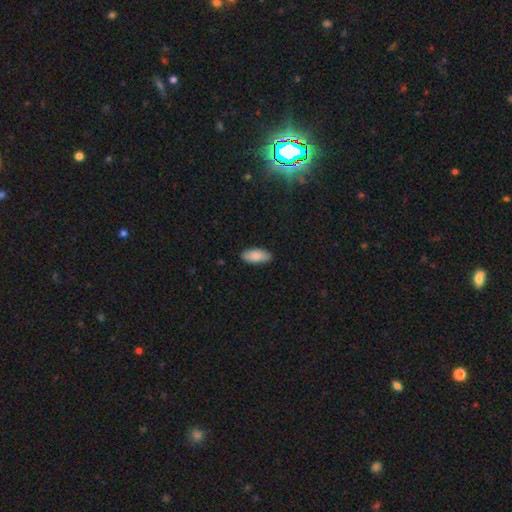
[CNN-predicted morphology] Smooth or featured: smooth — 86% (featured or disk — 8%)
How rounded: in between — 89% (cigar-shaped — 9%)
Merging: none — 88% (minor disturbance — 10%)